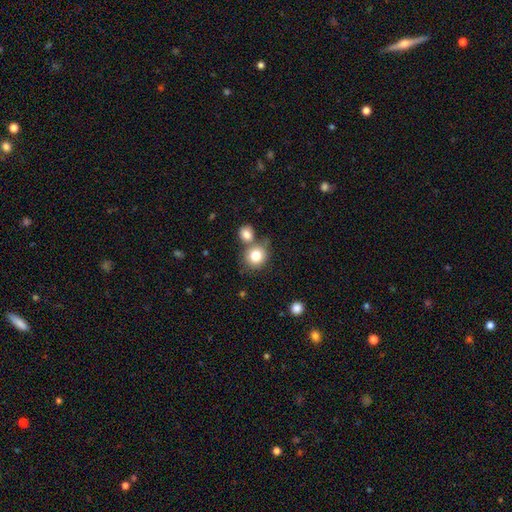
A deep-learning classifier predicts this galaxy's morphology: This appears to be a smooth galaxy with no disk features (81%) that is round (85%). Merging: none (57%).